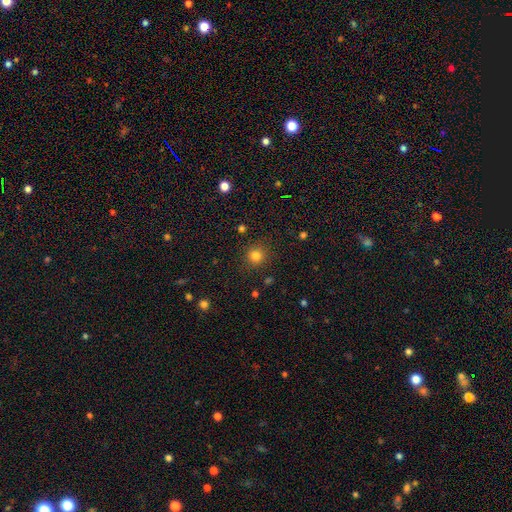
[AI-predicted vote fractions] Morphology: type=smooth (81%); roundness=round (92%); merging=none (90%).